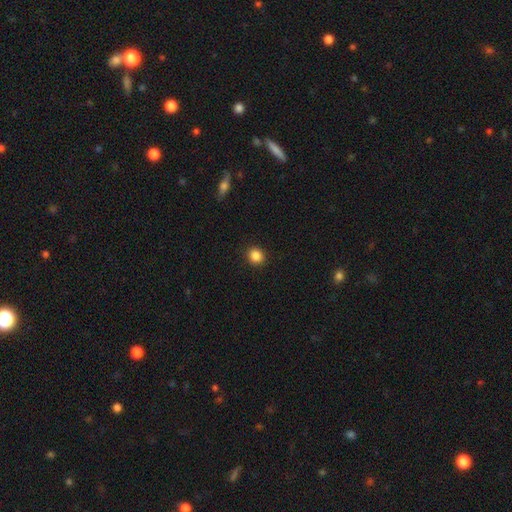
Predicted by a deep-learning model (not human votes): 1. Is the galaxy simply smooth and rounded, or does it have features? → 86% smooth, 11% star or artifact, 4% featured or disk.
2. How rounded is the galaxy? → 84% round, 15% in between, 1% cigar-shaped.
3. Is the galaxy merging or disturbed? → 92% none, 5% minor disturbance, 2% major disturbance, 1% merger.